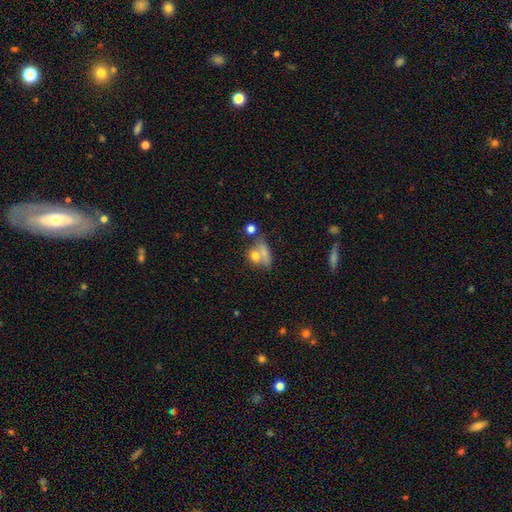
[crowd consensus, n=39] smooth 85%, featured or disk 8%, star or artifact 8%. Down the decision tree: how rounded — in between (67%); merging — merger (44%).